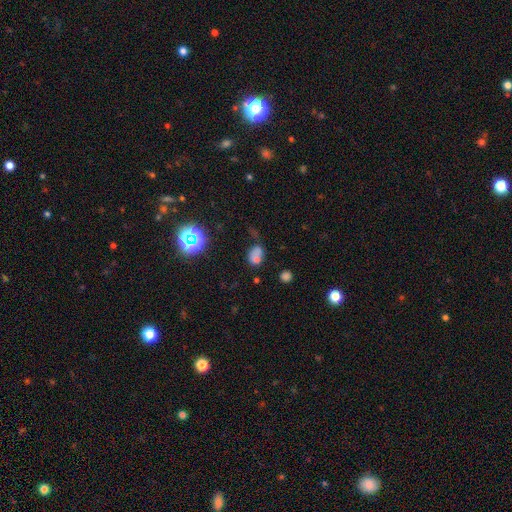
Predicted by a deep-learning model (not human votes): The model was most divided on "merging": merger: 36%, none: 34%, minor disturbance: 17%, major disturbance: 13%. More confident: smooth or featured — smooth (63%); how rounded — in between (56%).